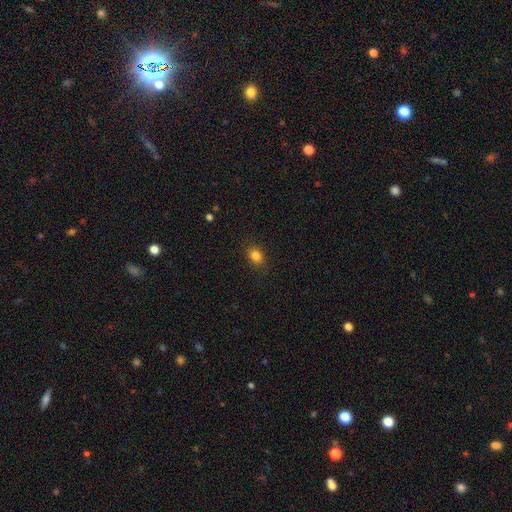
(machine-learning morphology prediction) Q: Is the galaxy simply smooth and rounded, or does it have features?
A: smooth — 83%.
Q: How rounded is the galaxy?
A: in between — 58%.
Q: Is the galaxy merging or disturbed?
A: none — 87%.